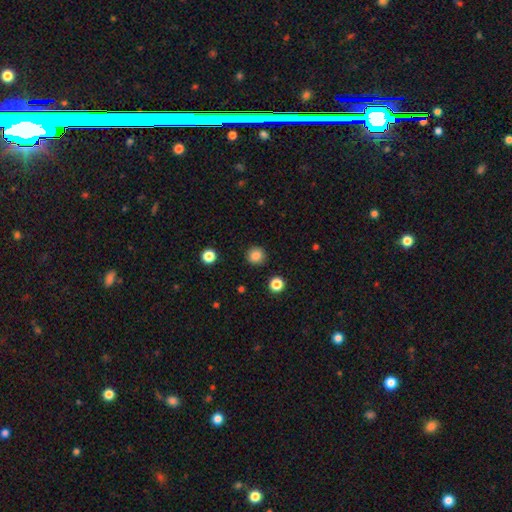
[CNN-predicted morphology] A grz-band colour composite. It shows a smooth galaxy with no disk features (85%) that is round (94%). Merging: none (92%).